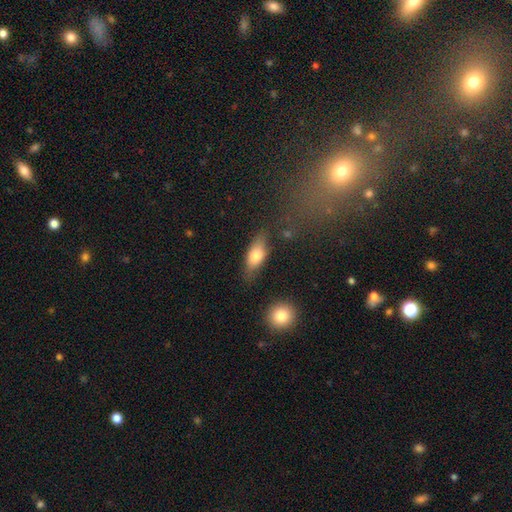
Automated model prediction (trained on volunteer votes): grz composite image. It shows a smooth galaxy with no disk features (73%) that is in between round and cigar-shaped (76%). Merging: none (72%).